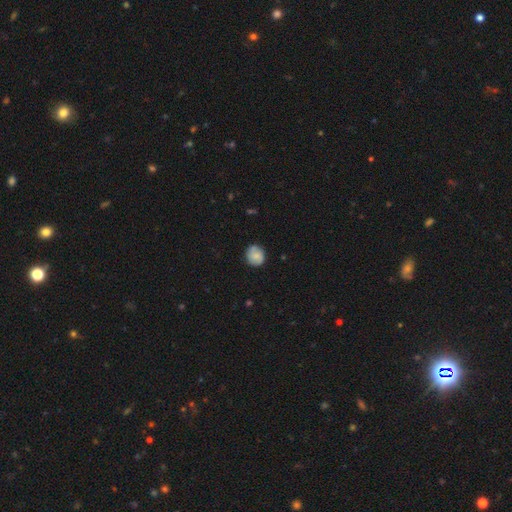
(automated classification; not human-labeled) smooth-or-featured: smooth: 66% | featured or disk: 27% | star or artifact: 8%
  how-rounded: round: 82% | in between: 17% | cigar-shaped: 1%
  merging: none: 80% | minor disturbance: 16% | major disturbance: 3% | merger: 1%